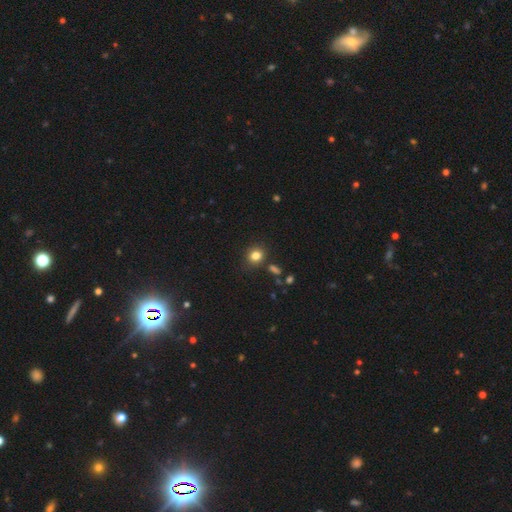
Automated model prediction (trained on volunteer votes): Smooth or featured? Predicted: smooth (p=0.81). How rounded? Predicted: round (p=0.76). Merging? Predicted: none (p=0.83).